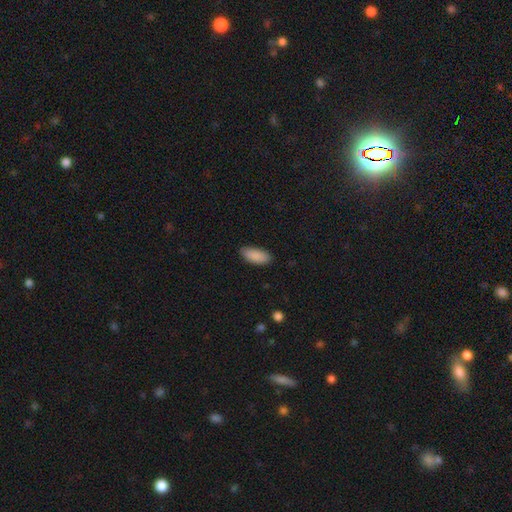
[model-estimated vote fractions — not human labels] Overall: smooth (89%). How rounded: in between (87%). Merging: none (84%).